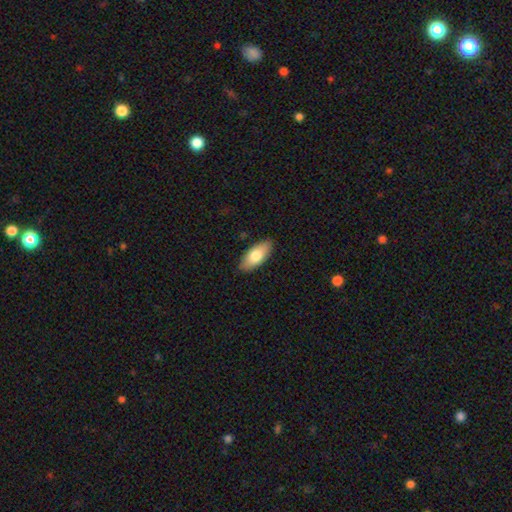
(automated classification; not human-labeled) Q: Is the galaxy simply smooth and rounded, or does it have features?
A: smooth — 76%.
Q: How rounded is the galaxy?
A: in between — 88%.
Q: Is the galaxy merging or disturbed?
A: none — 88%.